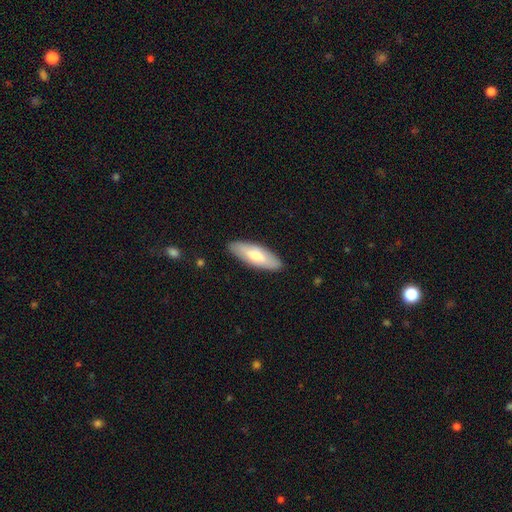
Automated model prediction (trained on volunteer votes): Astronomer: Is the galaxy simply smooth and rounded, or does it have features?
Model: smooth — 61%.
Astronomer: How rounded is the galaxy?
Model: in between — 66%.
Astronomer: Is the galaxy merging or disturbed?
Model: none — 88%.